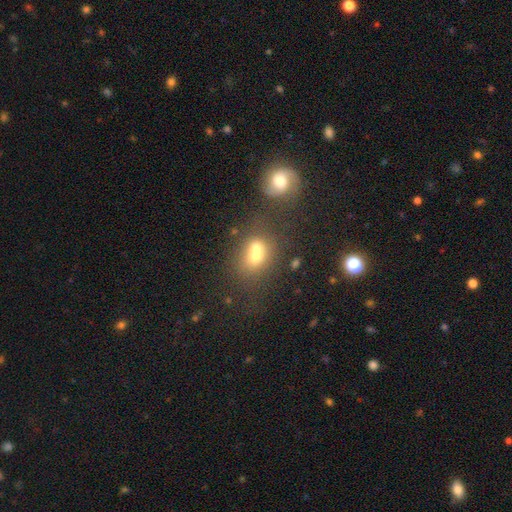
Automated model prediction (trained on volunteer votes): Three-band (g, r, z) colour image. It shows a smooth galaxy with no disk features (64%) that is round (56%). Merging: merger (56%).